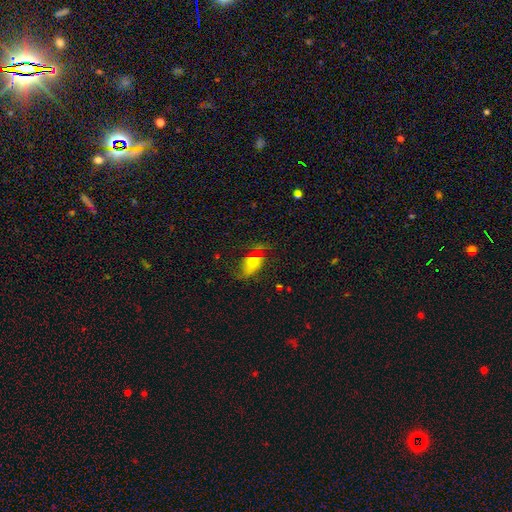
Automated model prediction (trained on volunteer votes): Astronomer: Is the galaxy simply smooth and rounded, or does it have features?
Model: smooth — 50% (runner-up: featured or disk, 36%).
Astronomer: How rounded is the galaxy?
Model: in between — 75%.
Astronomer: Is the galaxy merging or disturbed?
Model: none — 45% (runner-up: major disturbance, 26%).